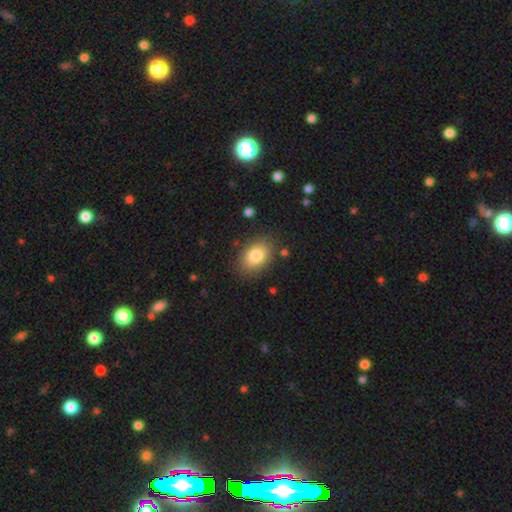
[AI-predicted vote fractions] A smooth galaxy with no disk features (81%) that is in between round and cigar-shaped (78%).

Vote fractions:
- Smooth or featured? smooth: 81% / featured or disk: 10% / star or artifact: 8%
- How rounded? in between: 78% / round: 21% / cigar-shaped: 1%
- Merging? none: 84% / minor disturbance: 11% / major disturbance: 3% / merger: 2%